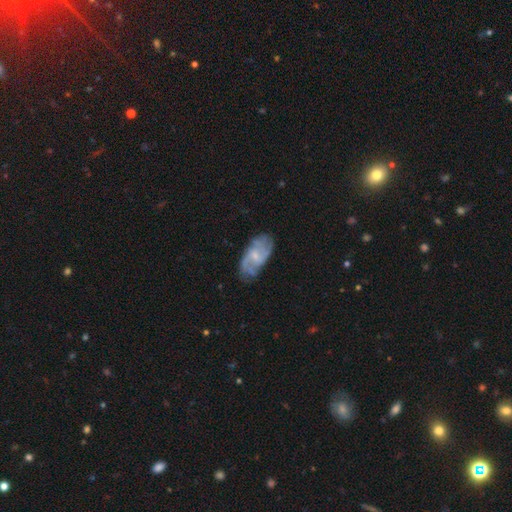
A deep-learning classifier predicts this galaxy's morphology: Overall: featured or disk (76%). Edge-on disk: no (96%). Bar: weak (50%; no 41%). Spiral arms: yes (91%). Spiral arm count: 2 (41%; can't tell 26%). Spiral winding: medium (46%; loose 30%). Bulge size: small (62%; moderate 26%). Merging: none (69%).